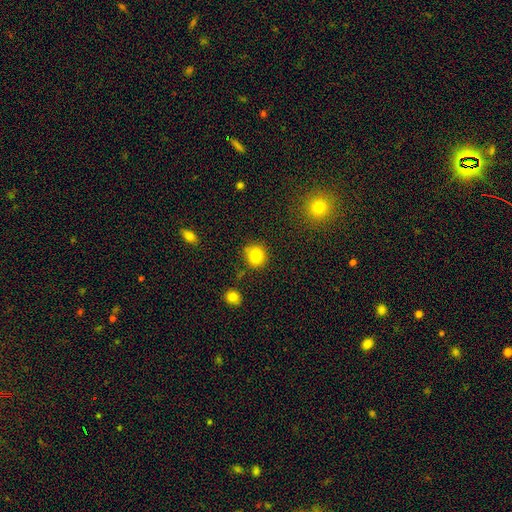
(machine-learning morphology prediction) Overall: smooth (84%). How rounded: round (89%). Merging: none (84%).